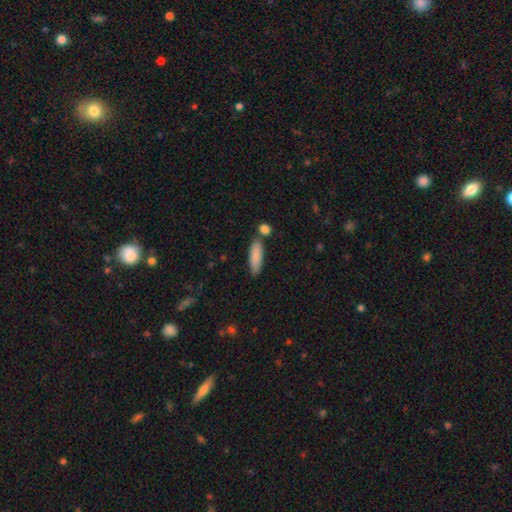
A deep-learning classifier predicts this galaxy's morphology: Smooth or featured?
  - smooth: 86% *
  - featured or disk: 7%
  - star or artifact: 6%
How rounded?
  - cigar-shaped: 54% *
  - in between: 44%
  - round: 2%
Merging?
  - none: 73% *
  - minor disturbance: 12%
  - merger: 12%
  - major disturbance: 3%